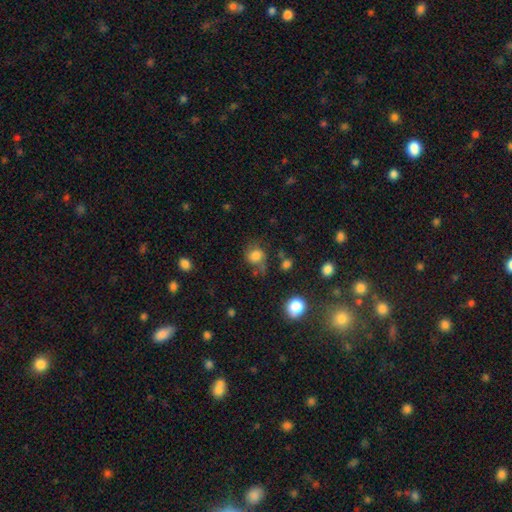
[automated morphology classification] Q: Smooth or featured?
A: smooth (73%); runner-up: featured or disk (15%)
Q: How rounded?
A: round (68%); runner-up: in between (31%)
Q: Merging?
A: none (51%); runner-up: minor disturbance (25%)